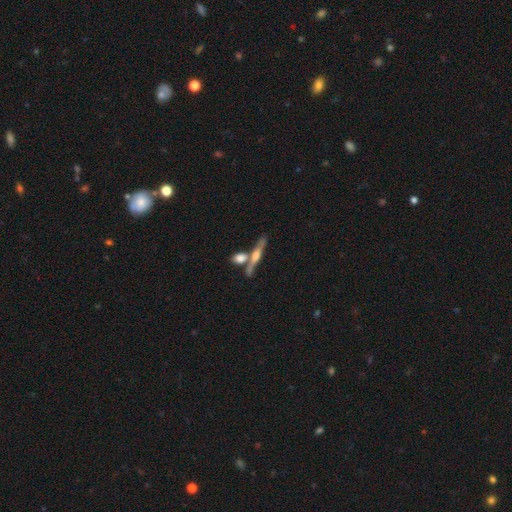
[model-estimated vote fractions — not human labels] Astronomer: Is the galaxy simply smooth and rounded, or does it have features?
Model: featured or disk — 59%.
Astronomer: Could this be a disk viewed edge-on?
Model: yes — 91%.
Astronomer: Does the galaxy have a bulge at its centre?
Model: rounded — 80%.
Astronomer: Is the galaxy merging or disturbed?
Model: none — 58%.